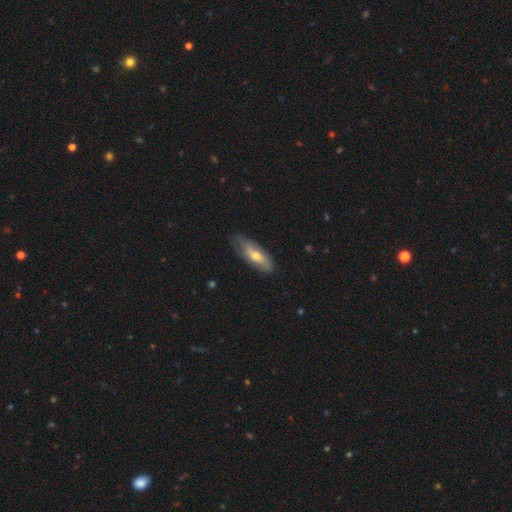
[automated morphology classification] smooth-or-featured: smooth: 59% | featured or disk: 35% | star or artifact: 6%
  how-rounded: in between: 59% | cigar-shaped: 38% | round: 2%
  merging: none: 66% | minor disturbance: 27% | major disturbance: 6% | merger: 1%